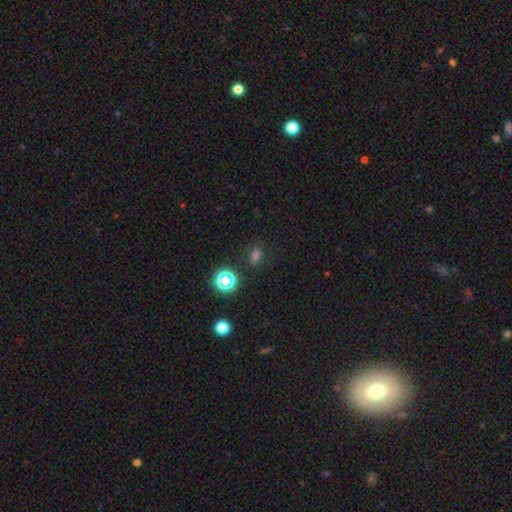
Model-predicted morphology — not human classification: Overall: smooth (56%; star or artifact 36%). How rounded: in between (56%; round 39%). Merging: none (78%).